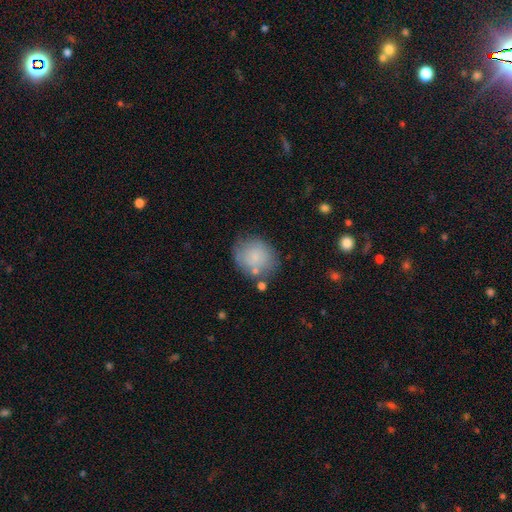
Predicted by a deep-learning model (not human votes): Morphology: type=smooth (77%); roundness=round (69%); merging=none (69%).